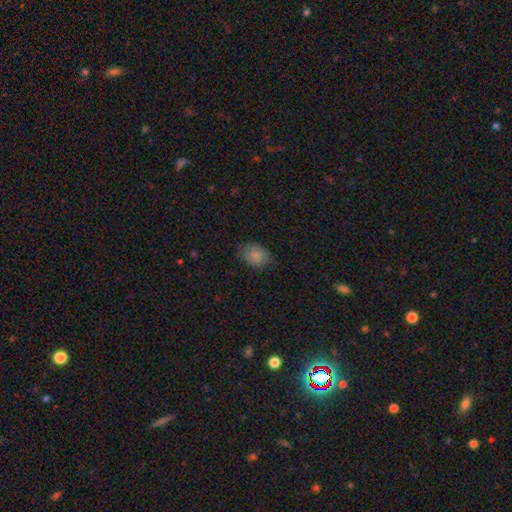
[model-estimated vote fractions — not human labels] Smooth or featured? smooth (82%)
How rounded? in between (75%)
Merging? none (74%)